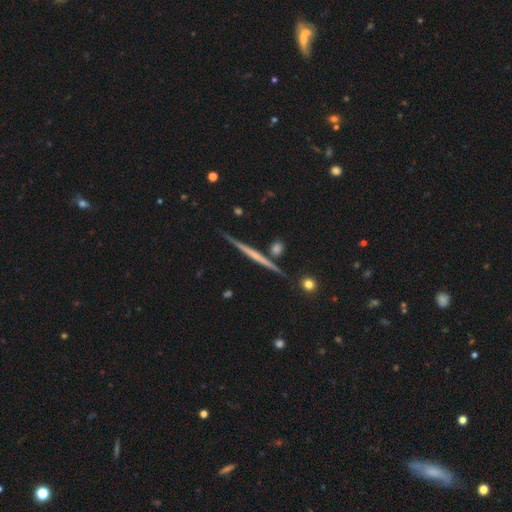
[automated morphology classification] Smooth or featured? featured or disk (66%)
Edge-on disk? yes (98%)
Edge-on bulge? none (78%)
Merging? none (87%)